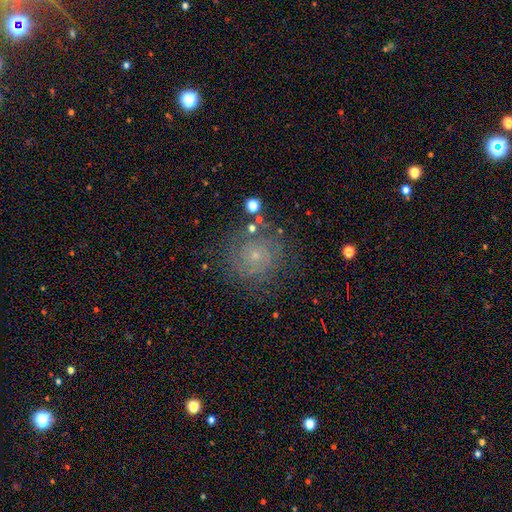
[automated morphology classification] Smooth or featured? featured or disk (57%)
Edge-on disk? no (97%)
Bar? no (79%)
Spiral arms? yes (86%)
Bulge size? small (75%)
Merging? none (78%)